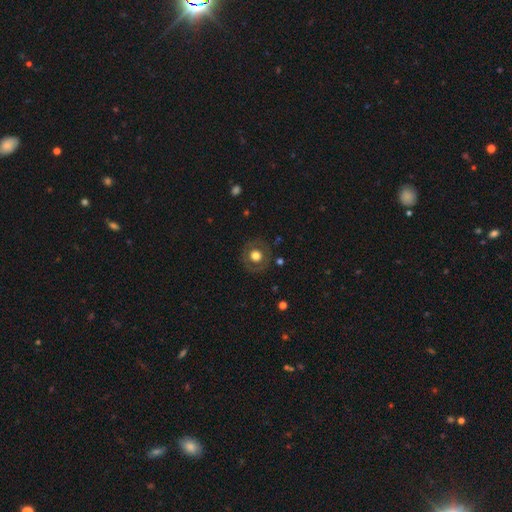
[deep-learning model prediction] Morphology: type=smooth (58%); roundness=round (89%); merging=none (84%).